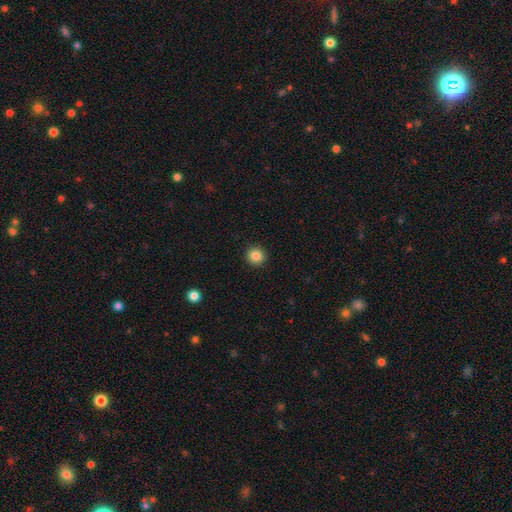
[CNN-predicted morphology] This appears to be a smooth galaxy with no disk features (85%) that is round (95%). Merging: none (93%).